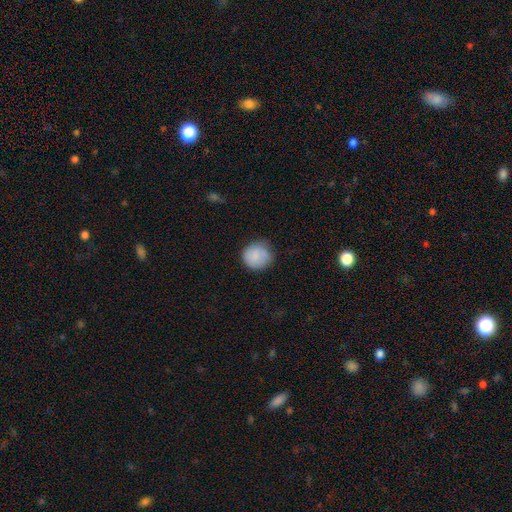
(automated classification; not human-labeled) smooth 84%, featured or disk 8%, star or artifact 7%. Down the decision tree: how rounded — round (88%); merging — none (70%).